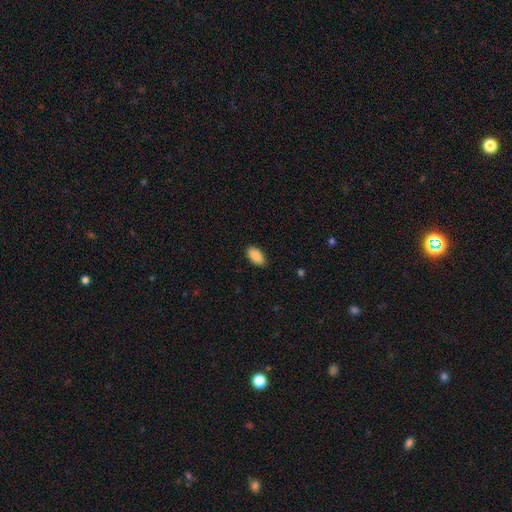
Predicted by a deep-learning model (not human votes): Smooth or featured: smooth — 91% (star or artifact — 7%)
How rounded: in between — 95% (cigar-shaped — 3%)
Merging: none — 88% (minor disturbance — 9%)